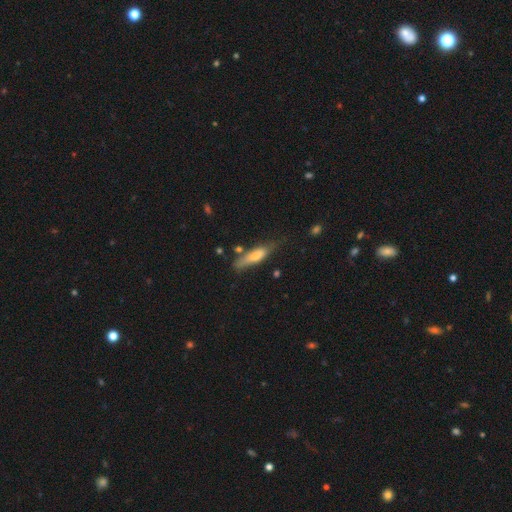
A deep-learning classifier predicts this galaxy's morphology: type=smooth (60%); roundness=cigar-shaped (73%); merging=none (65%).